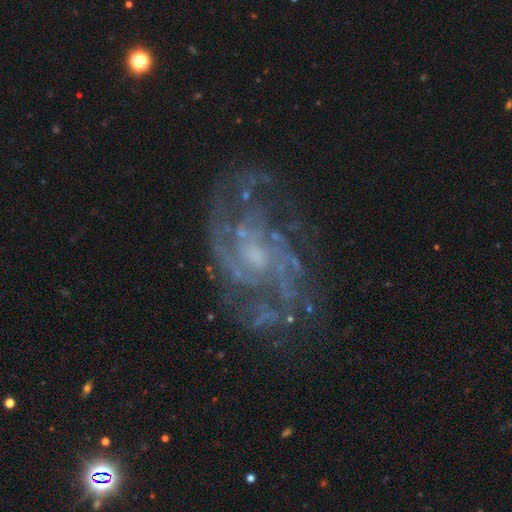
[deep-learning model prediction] Q: Smooth or featured?
A: featured or disk (86%); runner-up: star or artifact (8%)
Q: Edge-on disk?
A: no (97%); runner-up: yes (3%)
Q: Bar?
A: no (64%); runner-up: weak (31%)
Q: Spiral arms?
A: yes (92%); runner-up: no (8%)
Q: Spiral winding?
A: medium (43%); runner-up: tight (41%)
Q: Spiral arm count?
A: can't tell (33%); runner-up: 2 (21%)
Q: Bulge size?
A: small (54%); runner-up: moderate (29%)
Q: Merging?
A: none (66%); runner-up: minor disturbance (18%)